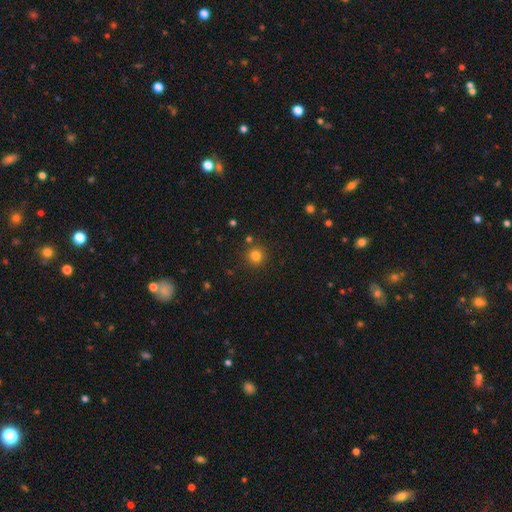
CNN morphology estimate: Overall: smooth (80%). How rounded: round (93%). Merging: none (86%).